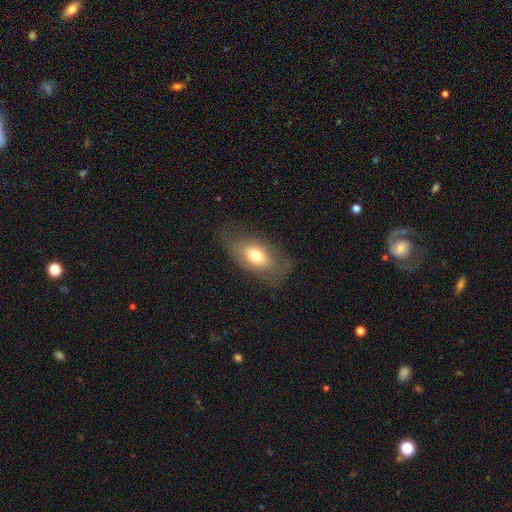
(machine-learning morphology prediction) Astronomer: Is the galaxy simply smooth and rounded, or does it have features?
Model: smooth — 67%.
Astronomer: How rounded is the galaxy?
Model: in between — 87%.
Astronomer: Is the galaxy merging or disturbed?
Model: none — 69%.